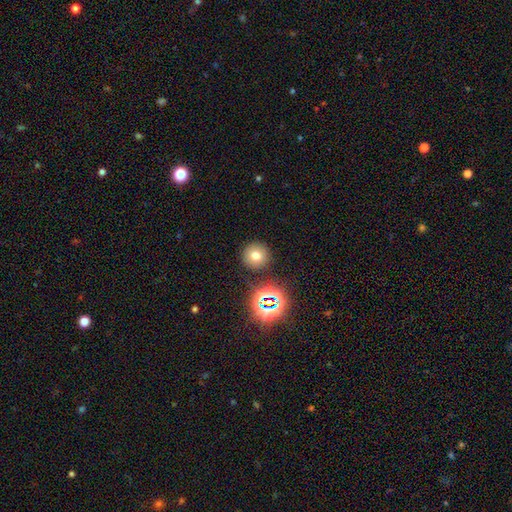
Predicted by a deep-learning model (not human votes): Smooth or featured? Predicted: smooth (p=0.69). How rounded? Predicted: round (p=0.94). Merging? Predicted: none (p=0.87).